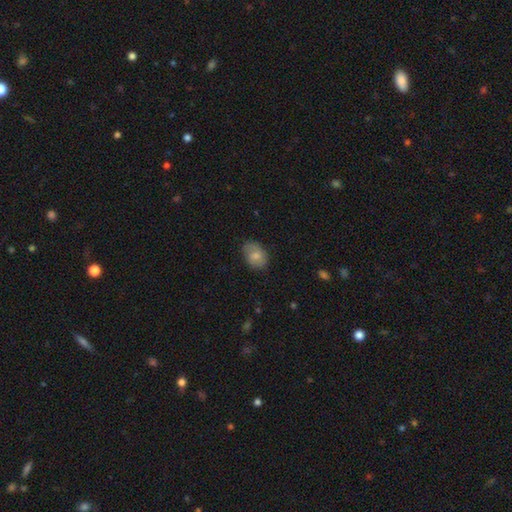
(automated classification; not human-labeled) smooth 77%, featured or disk 16%, star or artifact 7%. Down the decision tree: how rounded — in between (78%); merging — none (71%).